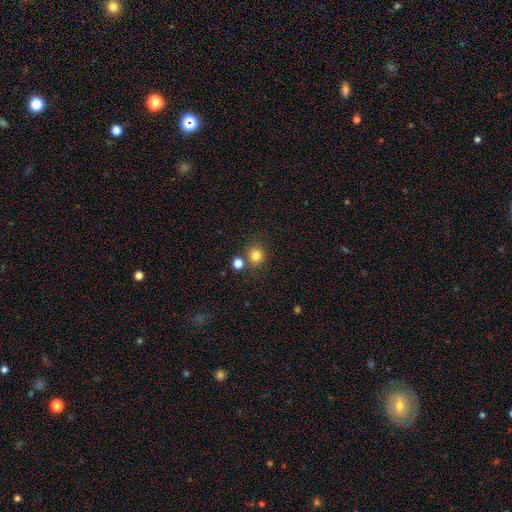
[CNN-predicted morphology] The model was most divided on "merging": none: 77%, merger: 12%, minor disturbance: 8%, major disturbance: 3%. More confident: how rounded — round (90%); smooth or featured — smooth (81%).